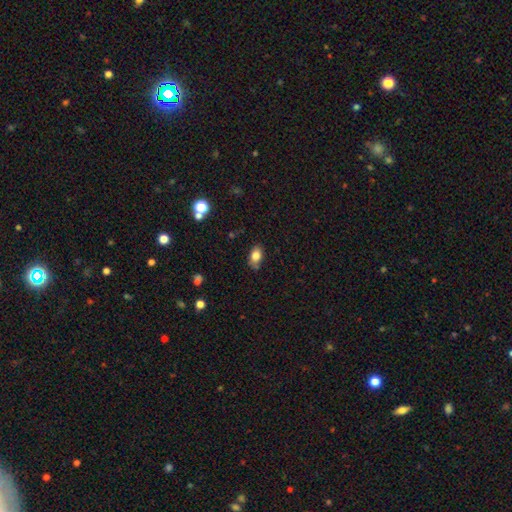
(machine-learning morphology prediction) This appears to be a smooth galaxy with no disk features (81%) that is in between round and cigar-shaped (88%). Merging: none (77%).